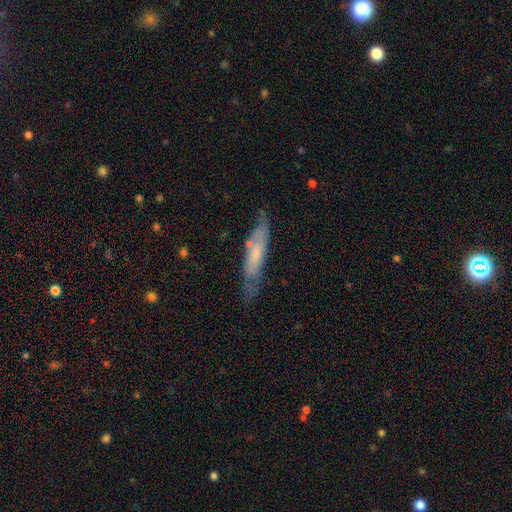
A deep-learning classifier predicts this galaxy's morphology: Smooth or featured: smooth — 49% (featured or disk — 45%)
Merging: none — 67% (minor disturbance — 23%)